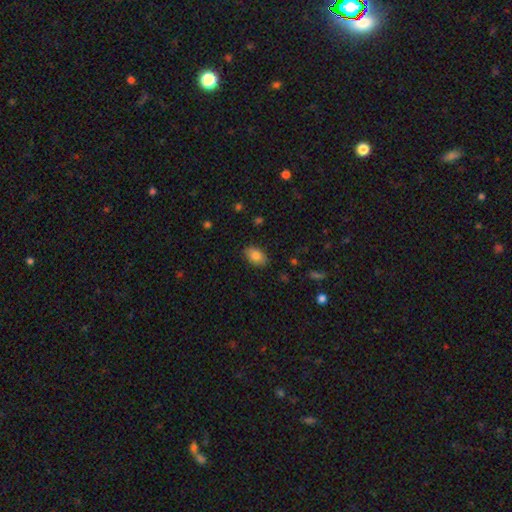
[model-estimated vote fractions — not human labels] Morphology: type=smooth (83%); roundness=in between (88%); merging=none (86%).